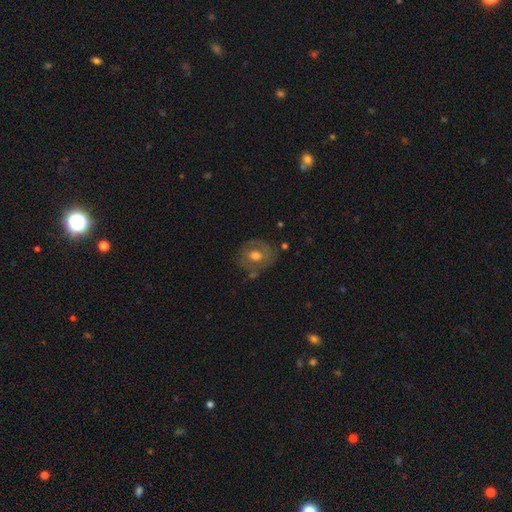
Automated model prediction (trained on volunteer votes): A smooth galaxy with no disk features (48%). Merging: none (69%).